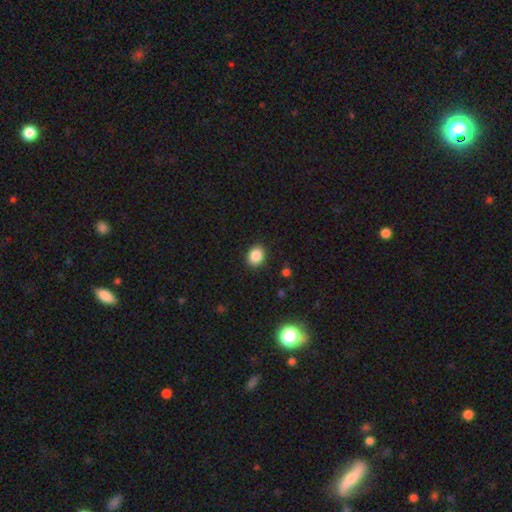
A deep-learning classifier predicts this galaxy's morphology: Overall: smooth (87%). How rounded: round (50%; in between 49%). Merging: none (89%).